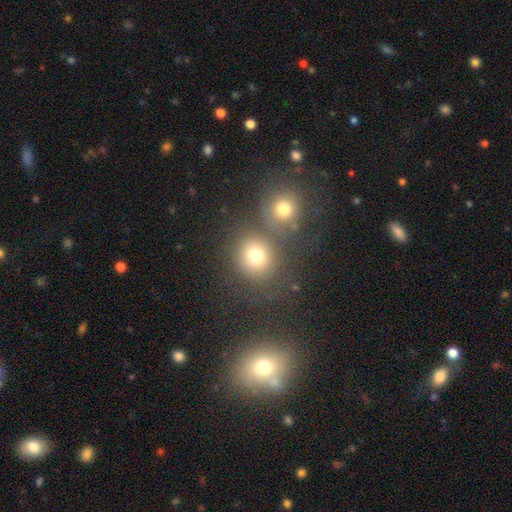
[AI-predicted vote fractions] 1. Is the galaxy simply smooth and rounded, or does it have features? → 75% smooth, 15% star or artifact, 11% featured or disk.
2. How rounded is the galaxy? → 83% round, 16% in between, 1% cigar-shaped.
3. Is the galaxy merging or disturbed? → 54% none, 34% merger, 8% minor disturbance, 5% major disturbance.